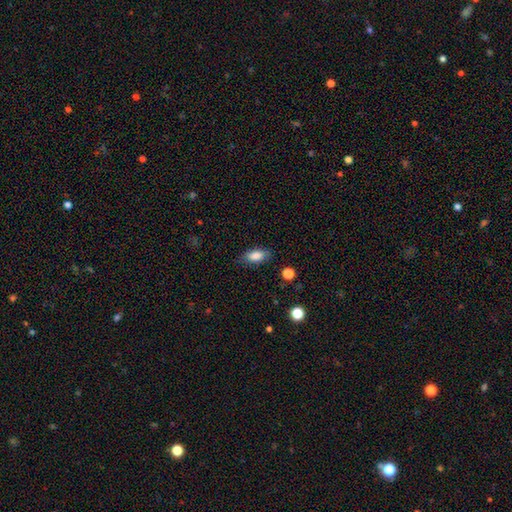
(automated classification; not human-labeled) smooth_or_featured: smooth (p=0.84) [alt: featured or disk p=0.09]
how_rounded: in between (p=0.86) [alt: cigar-shaped p=0.09]
merging: none (p=0.79) [alt: minor disturbance p=0.15]